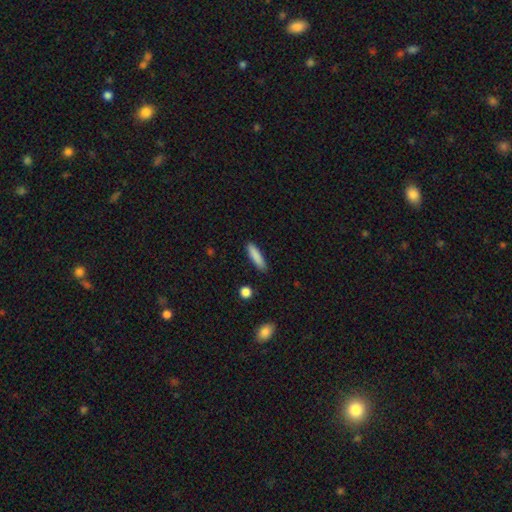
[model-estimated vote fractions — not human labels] Overall: smooth (86%). How rounded: cigar-shaped (79%). Merging: none (88%).